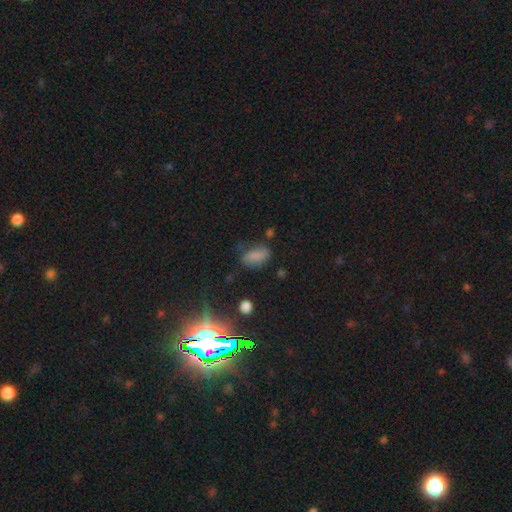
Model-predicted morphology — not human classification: smooth-or-featured: smooth: 75% | star or artifact: 13% | featured or disk: 12%
  how-rounded: in between: 88% | round: 7% | cigar-shaped: 4%
  merging: none: 60% | minor disturbance: 25% | major disturbance: 11% | merger: 4%